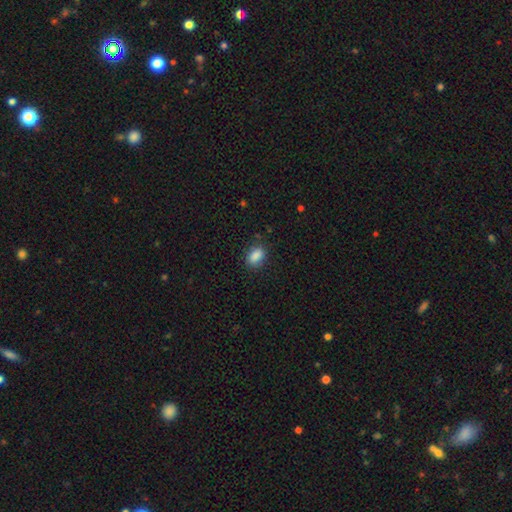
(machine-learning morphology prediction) Smooth or featured?
  - smooth: 87% *
  - star or artifact: 9%
  - featured or disk: 4%
How rounded?
  - in between: 83% *
  - round: 15%
  - cigar-shaped: 2%
Merging?
  - none: 83% *
  - minor disturbance: 13%
  - major disturbance: 3%
  - merger: 1%